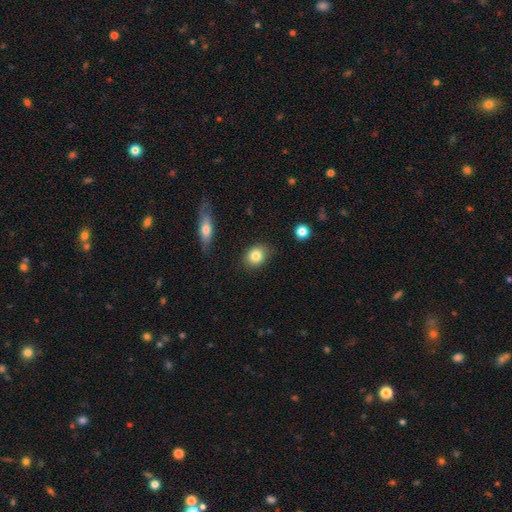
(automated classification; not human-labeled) A smooth galaxy with no disk features (83%) that is round (54%).

Vote fractions:
- Smooth or featured? smooth: 83% / star or artifact: 9% / featured or disk: 9%
- How rounded? round: 54% / in between: 44% / cigar-shaped: 2%
- Merging? none: 83% / minor disturbance: 12% / major disturbance: 3% / merger: 2%